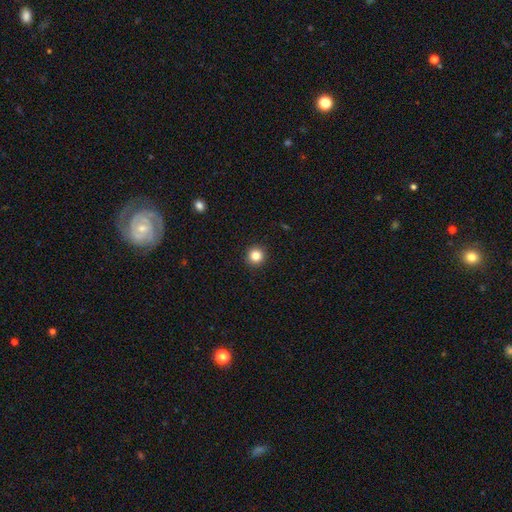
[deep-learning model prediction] Morphology: type=smooth (84%); roundness=round (95%); merging=none (93%).